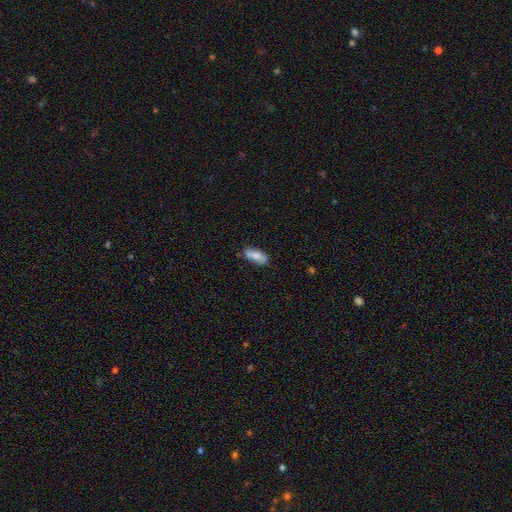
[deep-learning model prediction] Smooth or featured? smooth (79%)
How rounded? in between (82%)
Merging? none (77%)